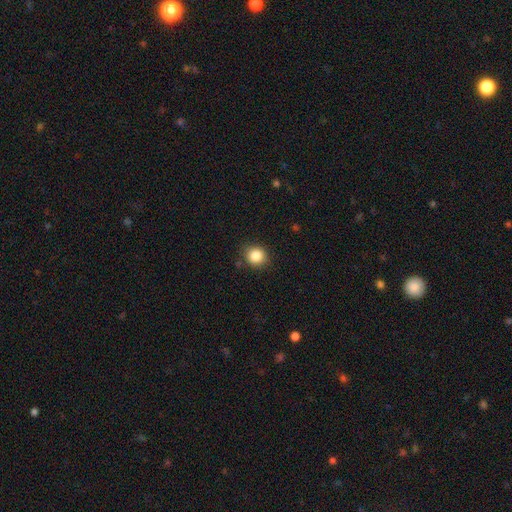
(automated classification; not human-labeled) Smooth or featured? Predicted: smooth (p=0.85). How rounded? Predicted: round (p=0.87). Merging? Predicted: none (p=0.87).